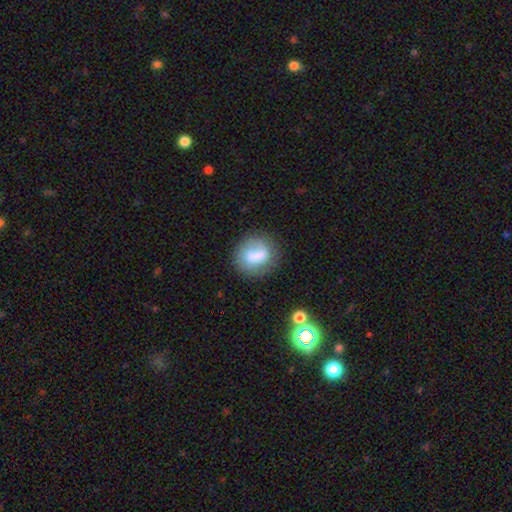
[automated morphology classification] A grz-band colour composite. It shows a smooth galaxy with no disk features (64%) that is round (75%). Merging: none (65%).